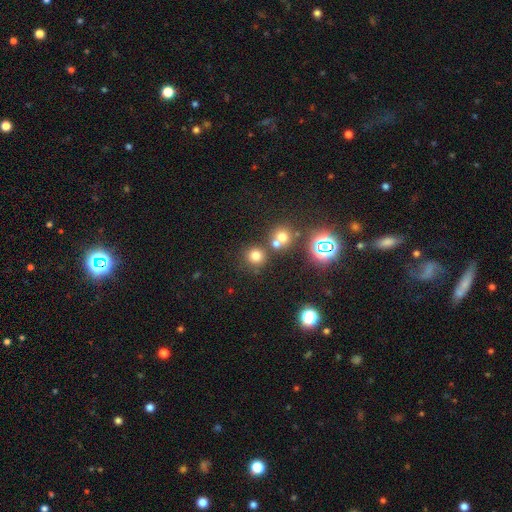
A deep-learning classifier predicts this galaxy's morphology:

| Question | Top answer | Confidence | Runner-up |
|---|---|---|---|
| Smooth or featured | smooth | 71% | star or artifact (21%) |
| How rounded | round | 89% | in between (10%) |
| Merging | none | 69% | merger (19%) |